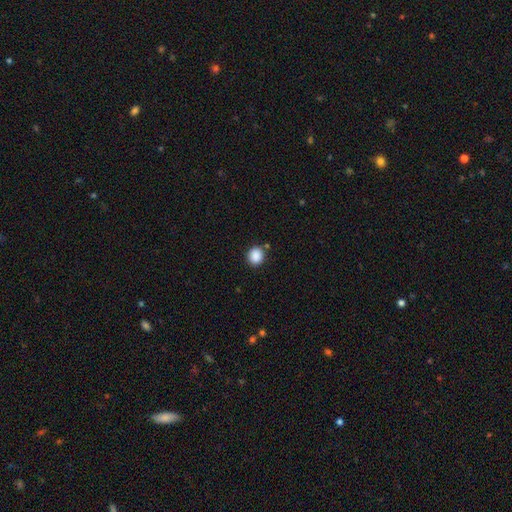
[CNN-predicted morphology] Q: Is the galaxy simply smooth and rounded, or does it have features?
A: smooth — 88%.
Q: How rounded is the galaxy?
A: round — 81%.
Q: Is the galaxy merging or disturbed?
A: none — 84%.